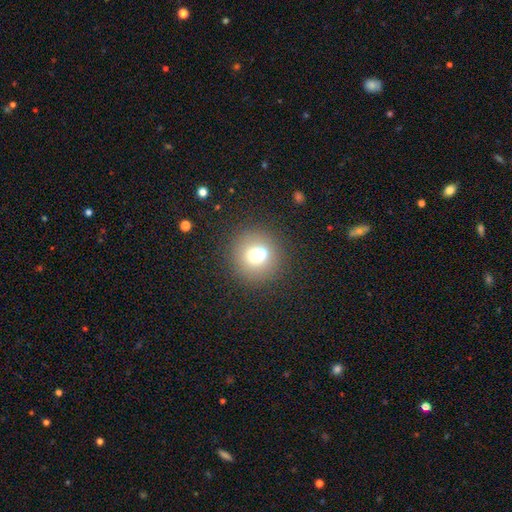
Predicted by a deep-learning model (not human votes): Smooth or featured?
  - smooth: 66% *
  - featured or disk: 19%
  - star or artifact: 14%
How rounded?
  - round: 92% *
  - in between: 7%
  - cigar-shaped: 1%
Merging?
  - none: 60% *
  - merger: 29%
  - minor disturbance: 7%
  - major disturbance: 3%